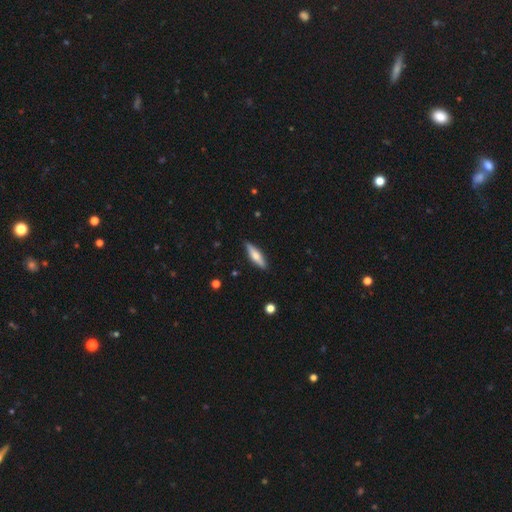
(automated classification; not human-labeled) Smooth or featured: smooth — 56% (featured or disk — 39%)
How rounded: cigar-shaped — 68% (in between — 30%)
Merging: none — 89% (minor disturbance — 9%)